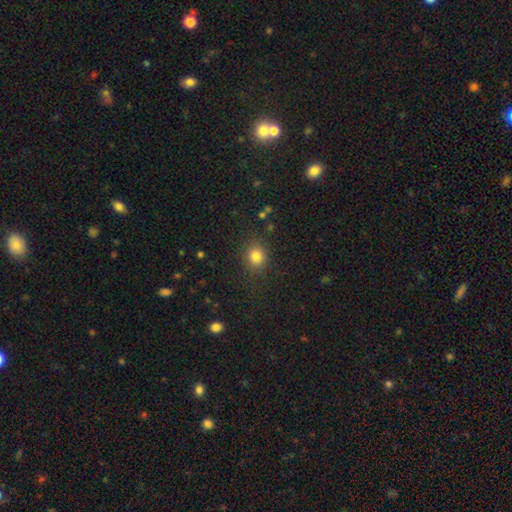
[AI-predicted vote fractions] Overall: smooth (82%). How rounded: round (75%). Merging: none (84%).